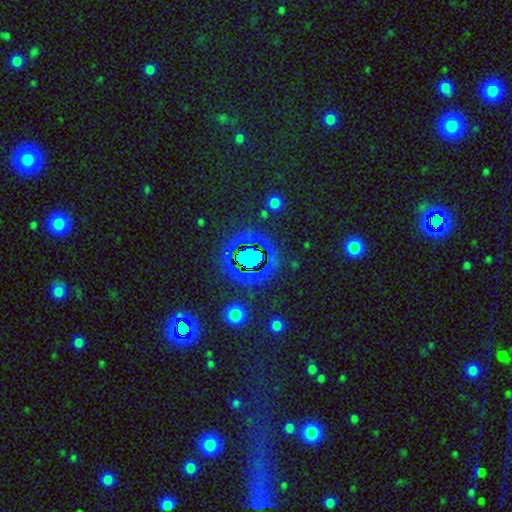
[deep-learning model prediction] smooth_or_featured: star or artifact (p=0.76) [alt: smooth p=0.16]